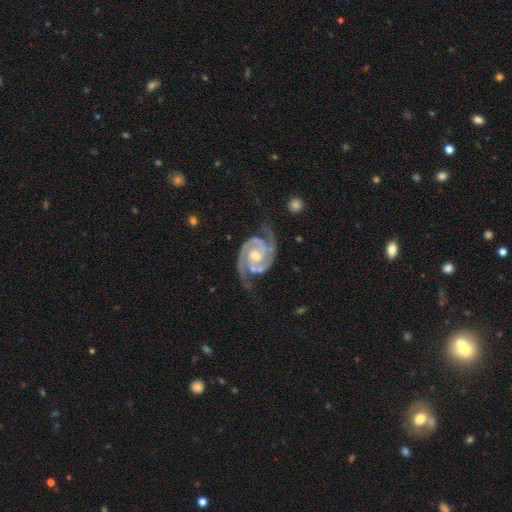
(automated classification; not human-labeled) Smooth or featured: featured or disk — 93% (star or artifact — 4%)
Edge-on disk: no — 98% (yes — 2%)
Bar: no — 60% (weak — 29%)
Spiral arms: yes — 99% (no — 1%)
Spiral winding: tight — 48% (medium — 44%)
Spiral arm count: 2 — 88% (3 — 5%)
Bulge size: moderate — 56% (small — 39%)
Merging: none — 67% (minor disturbance — 19%)